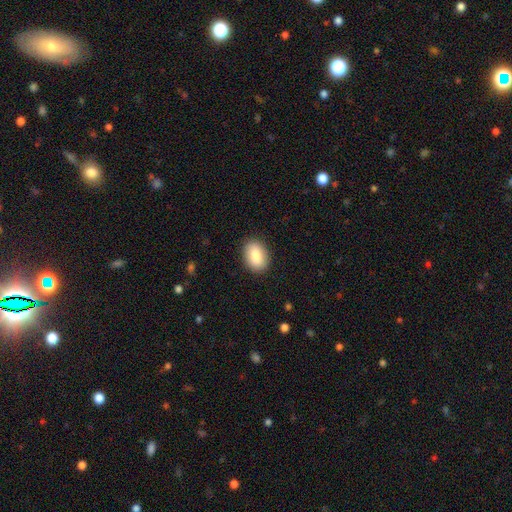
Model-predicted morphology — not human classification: smooth 86%, featured or disk 7%, star or artifact 7%. Down the decision tree: how rounded — in between (82%); merging — none (88%).